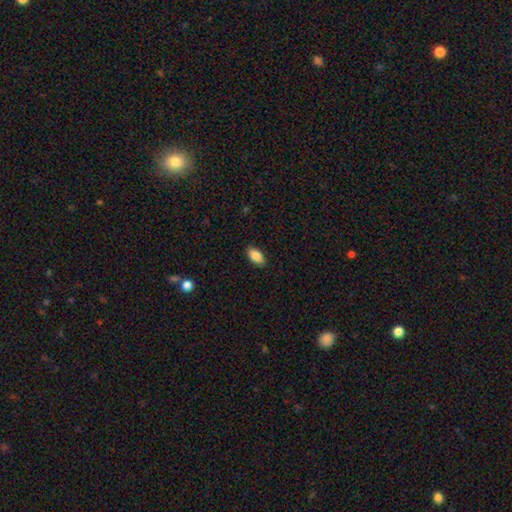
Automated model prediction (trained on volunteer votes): Overall: smooth (85%). How rounded: in between (93%). Merging: none (87%).